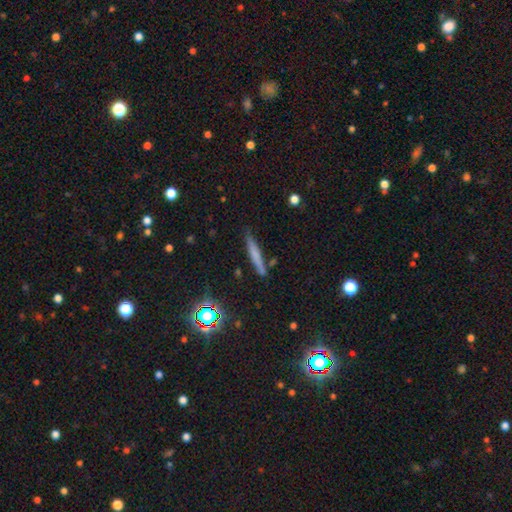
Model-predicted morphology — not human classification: Smooth or featured? smooth (60%)
How rounded? cigar-shaped (92%)
Merging? none (82%)